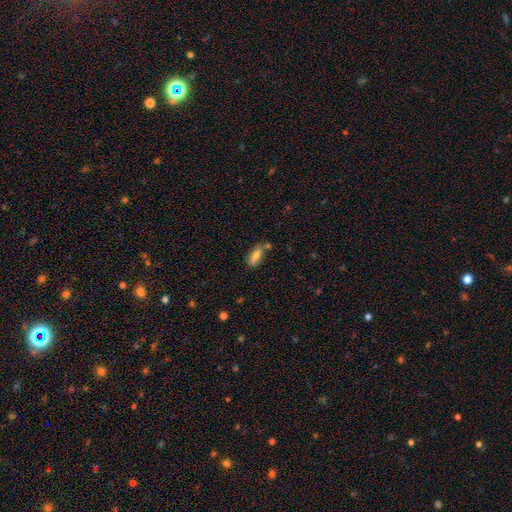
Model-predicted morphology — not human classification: This appears to be a smooth galaxy with no disk features (73%) that is in between round and cigar-shaped (74%). Merging: none (59%).